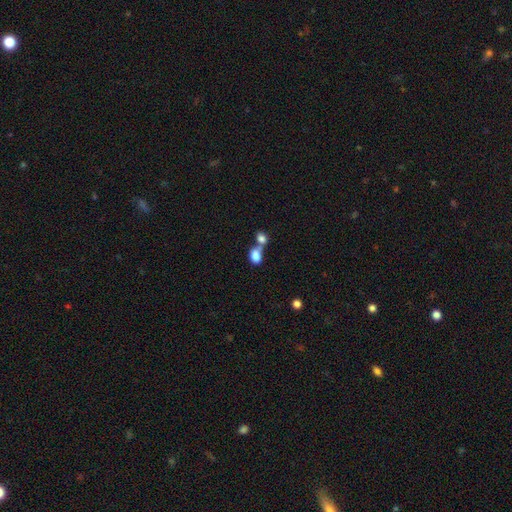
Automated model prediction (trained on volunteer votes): Smooth or featured?
  - smooth: 82% *
  - featured or disk: 9%
  - star or artifact: 9%
How rounded?
  - in between: 77% *
  - round: 21%
  - cigar-shaped: 2%
Merging?
  - merger: 63% *
  - none: 25%
  - minor disturbance: 7%
  - major disturbance: 5%